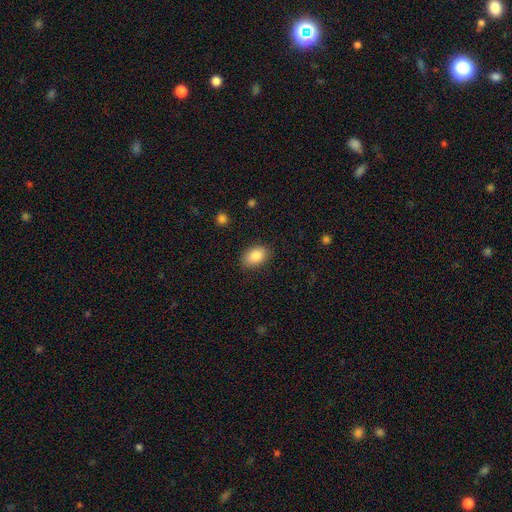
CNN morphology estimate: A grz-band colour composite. It shows a smooth galaxy with no disk features (86%) that is in between round and cigar-shaped (84%). Merging: none (84%).